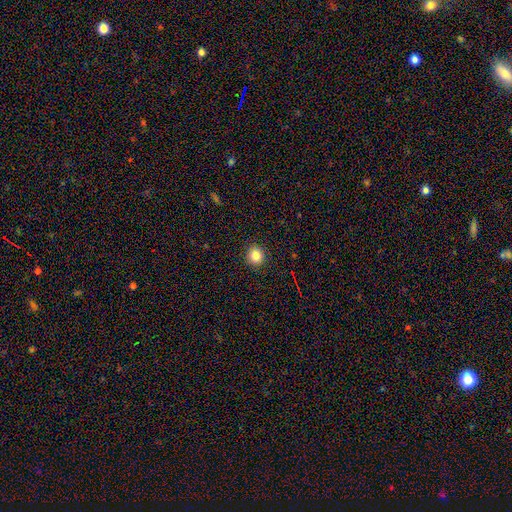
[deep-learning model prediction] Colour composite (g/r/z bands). It shows a smooth galaxy with no disk features (84%) that is round (89%). Merging: none (92%).